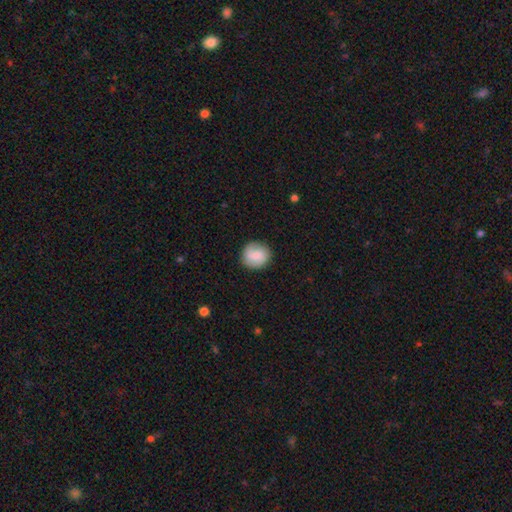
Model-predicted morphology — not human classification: type=smooth (78%); roundness=round (87%); merging=none (84%).